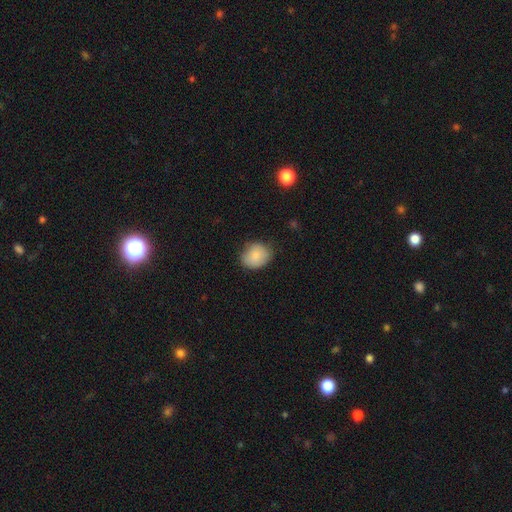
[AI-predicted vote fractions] Smooth or featured? smooth (85%)
How rounded? round (56%)
Merging? none (73%)